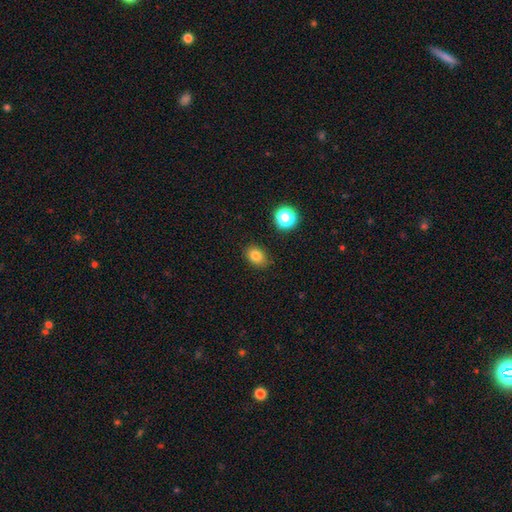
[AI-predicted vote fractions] Q: Smooth or featured?
A: smooth (81%); runner-up: star or artifact (12%)
Q: How rounded?
A: in between (70%); runner-up: round (28%)
Q: Merging?
A: none (84%); runner-up: minor disturbance (12%)